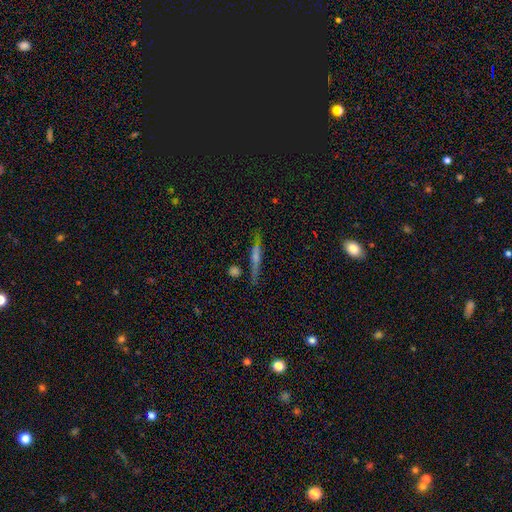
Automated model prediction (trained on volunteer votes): This appears to be a featured or disk galaxy (44%). Merging: none (79%).